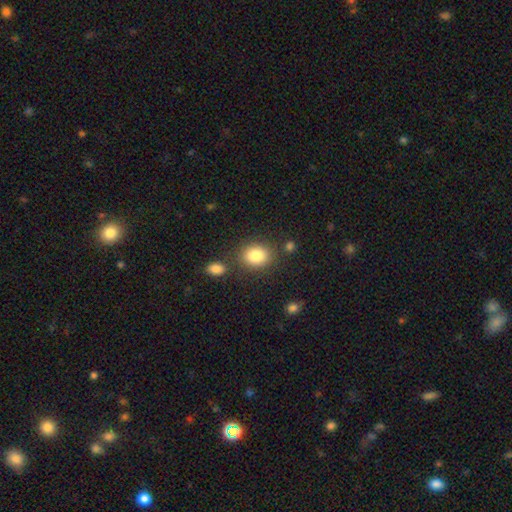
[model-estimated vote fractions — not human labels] Q: Smooth or featured?
A: smooth (85%); runner-up: star or artifact (9%)
Q: How rounded?
A: round (51%); runner-up: in between (48%)
Q: Merging?
A: none (77%); runner-up: minor disturbance (11%)